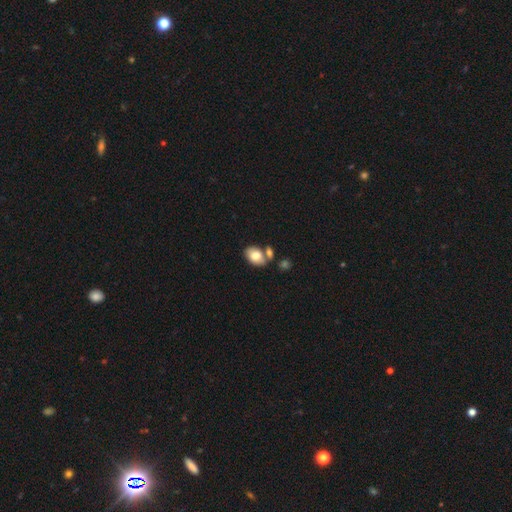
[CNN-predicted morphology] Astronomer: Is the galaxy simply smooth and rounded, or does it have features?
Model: smooth — 78%.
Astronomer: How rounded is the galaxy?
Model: in between — 84%.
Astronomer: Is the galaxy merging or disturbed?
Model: none — 53%.